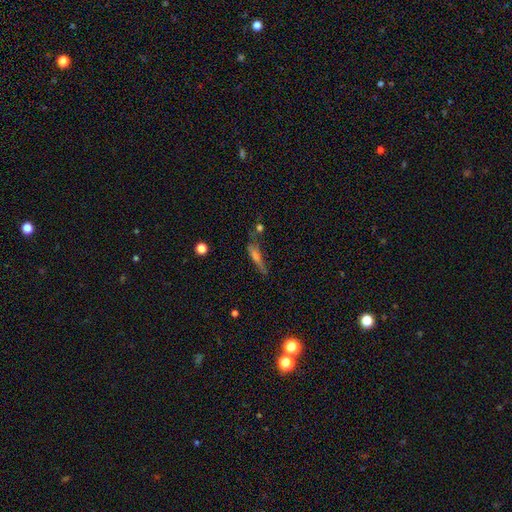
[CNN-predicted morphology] featured or disk 48%, smooth 36%, star or artifact 16%. Down the decision tree: merging — none (53%).